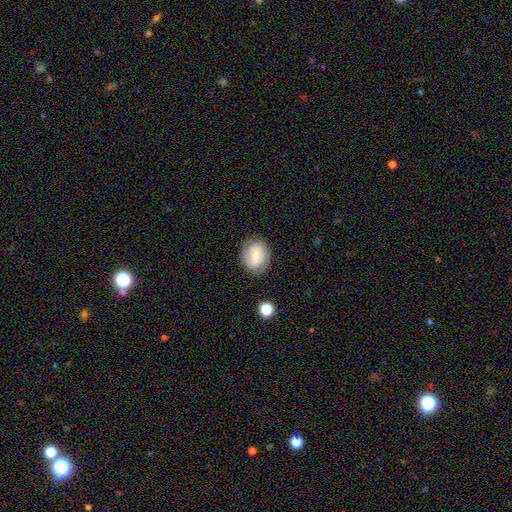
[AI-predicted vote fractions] The model was most divided on "how rounded": round: 55%, in between: 44%, cigar-shaped: 1%. More confident: merging — none (77%); smooth or featured — smooth (60%).